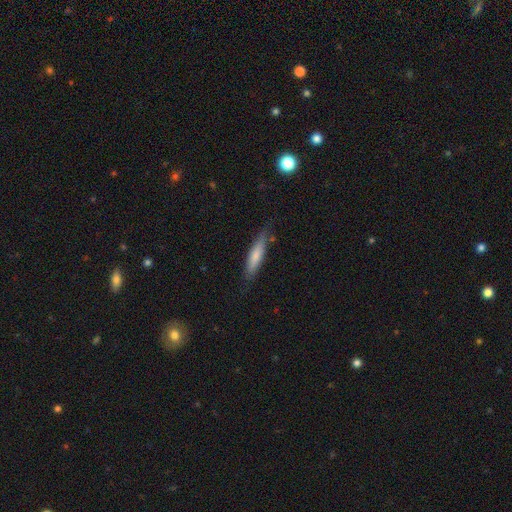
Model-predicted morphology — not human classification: Smooth or featured? smooth (71%)
How rounded? cigar-shaped (79%)
Merging? none (77%)